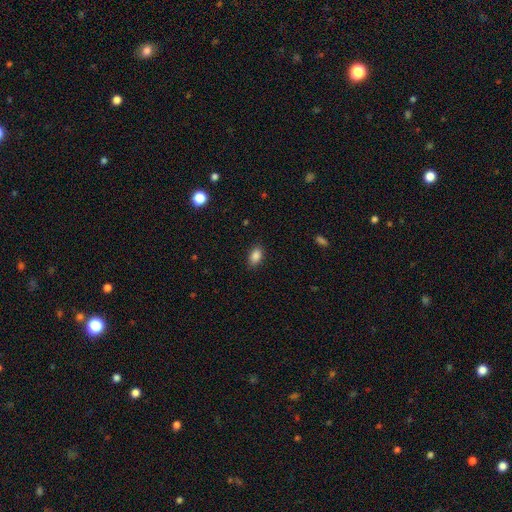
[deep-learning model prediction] smooth 87%, star or artifact 9%, featured or disk 4%. Down the decision tree: how rounded — in between (88%); merging — none (86%).